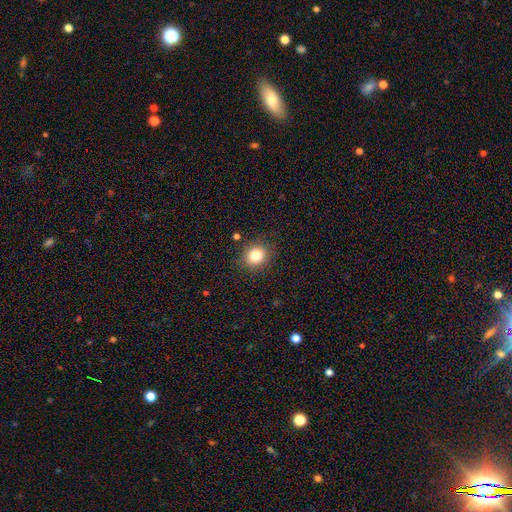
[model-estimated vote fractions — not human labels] This is clearly a smooth galaxy (82%). How rounded: likely round (76%). Merging: clearly none (88%).